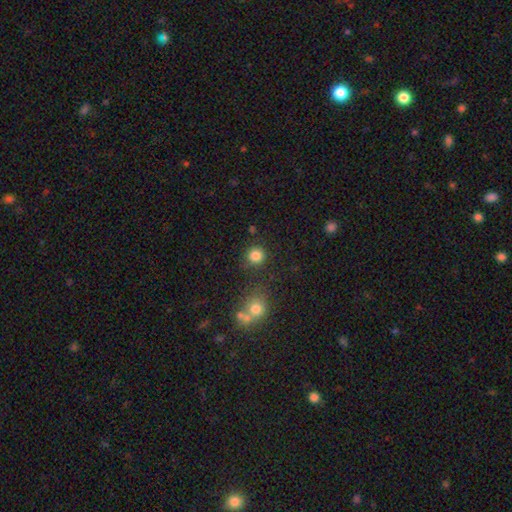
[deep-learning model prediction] Smooth or featured? Predicted: smooth (p=0.83). How rounded? Predicted: round (p=0.91). Merging? Predicted: none (p=0.81).